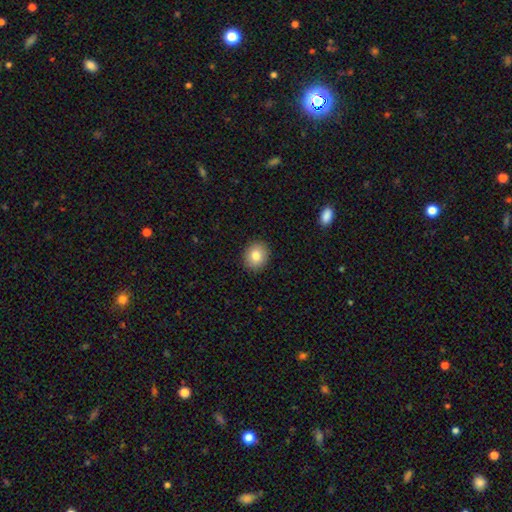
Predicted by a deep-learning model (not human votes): A smooth galaxy with no disk features (81%) that is round (69%). Merging: none (91%).